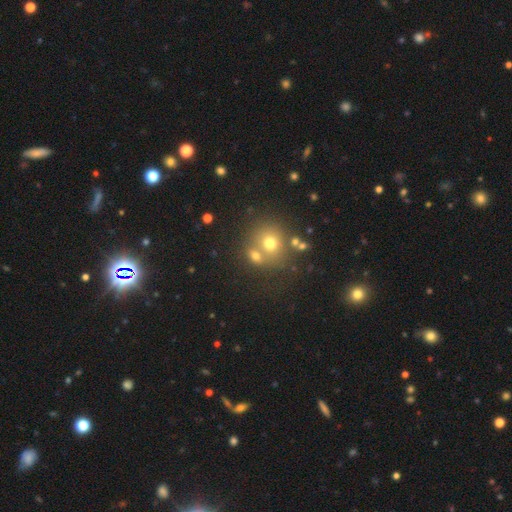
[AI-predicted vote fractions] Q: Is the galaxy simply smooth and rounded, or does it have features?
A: smooth — 68%.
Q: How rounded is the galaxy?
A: round — 74%.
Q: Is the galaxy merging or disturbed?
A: none — 44%.